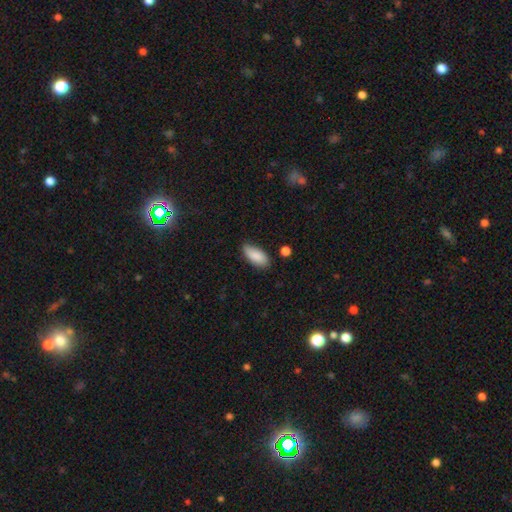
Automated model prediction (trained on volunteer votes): smooth 87%, star or artifact 7%, featured or disk 7%. Down the decision tree: how rounded — in between (89%); merging — none (74%).